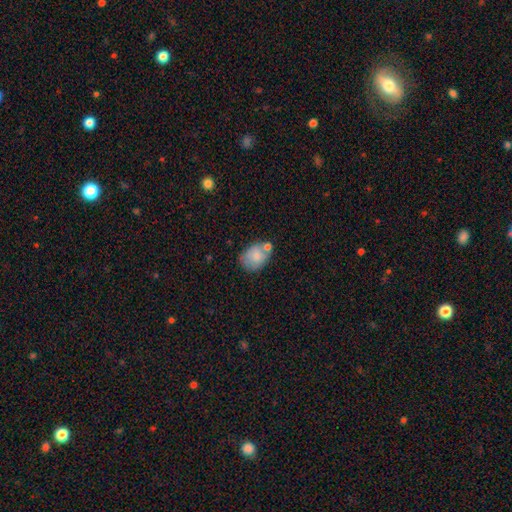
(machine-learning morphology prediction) Smooth or featured? smooth (76%)
How rounded? in between (71%)
Merging? none (50%)